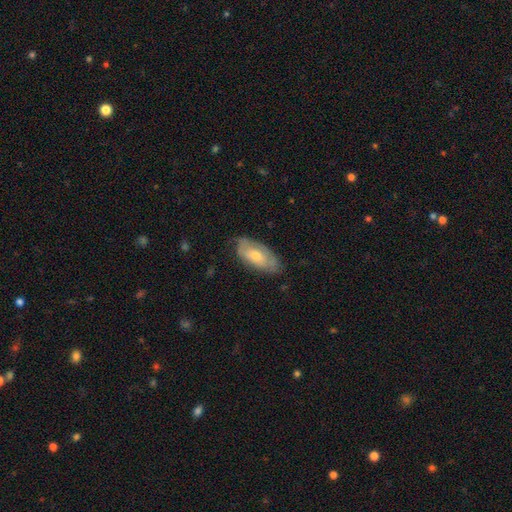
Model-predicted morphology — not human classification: A smooth galaxy with no disk features (50%).

Vote fractions:
- Smooth or featured? smooth: 50% / featured or disk: 44% / star or artifact: 6%
- Merging? none: 72% / minor disturbance: 23% / major disturbance: 5% / merger: 1%